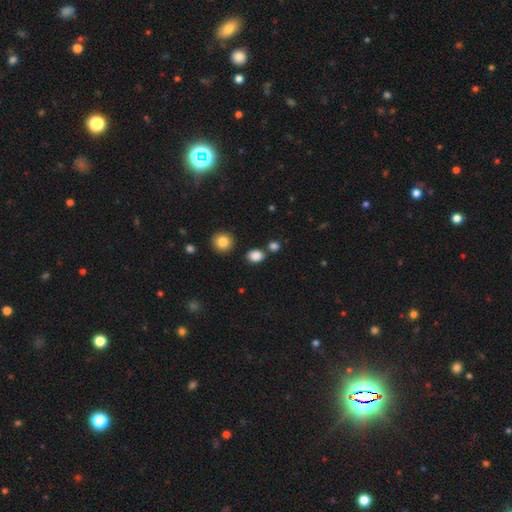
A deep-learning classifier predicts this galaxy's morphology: A smooth galaxy with no disk features (86%) that is in between round and cigar-shaped (58%).

Vote fractions:
- Smooth or featured? smooth: 86% / star or artifact: 11% / featured or disk: 4%
- How rounded? in between: 58% / round: 40% / cigar-shaped: 1%
- Merging? none: 77% / minor disturbance: 10% / merger: 10% / major disturbance: 3%